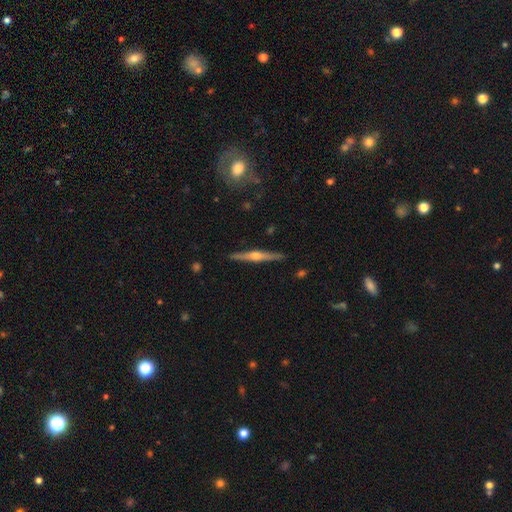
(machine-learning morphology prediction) The model was most divided on "smooth or featured": featured or disk: 78%, smooth: 17%, star or artifact: 5%. More confident: edge-on disk — yes (98%); edge-on bulge — rounded (91%); merging — none (91%).